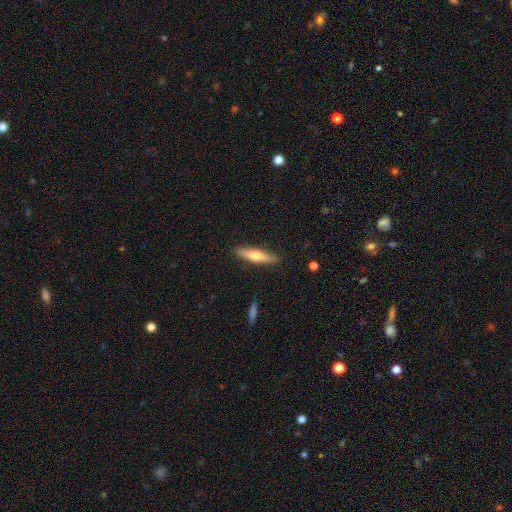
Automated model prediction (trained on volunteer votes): Smooth or featured? Predicted: smooth (p=0.59). How rounded? Predicted: cigar-shaped (p=0.84). Merging? Predicted: none (p=0.89).